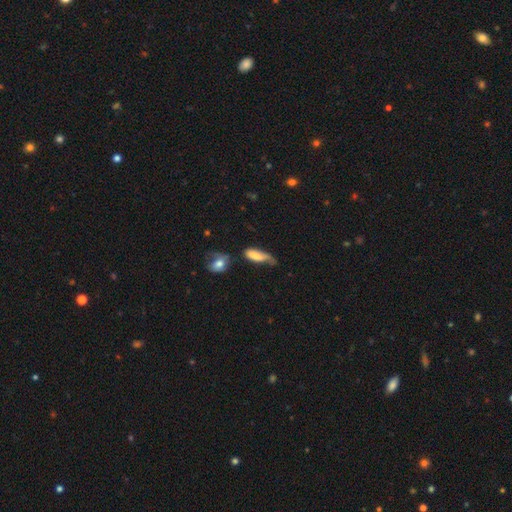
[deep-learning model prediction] Smooth or featured? Predicted: smooth (p=0.70). How rounded? Predicted: in between (p=0.65). Merging? Predicted: minor disturbance (p=0.35).